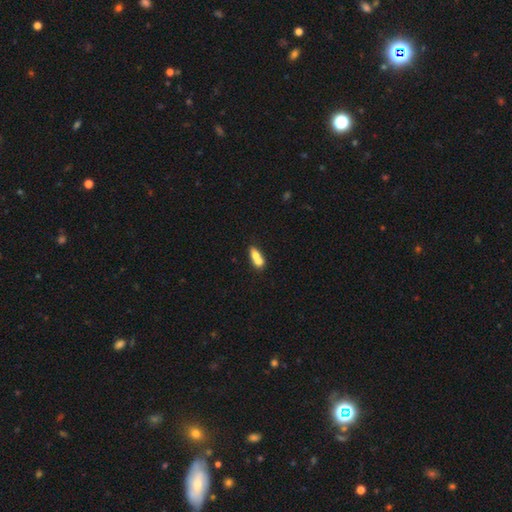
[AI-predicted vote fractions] smooth_or_featured: smooth (p=0.66) [alt: featured or disk p=0.25]
how_rounded: in between (p=0.66) [alt: round p=0.18]
merging: merger (p=0.64) [alt: none p=0.25]